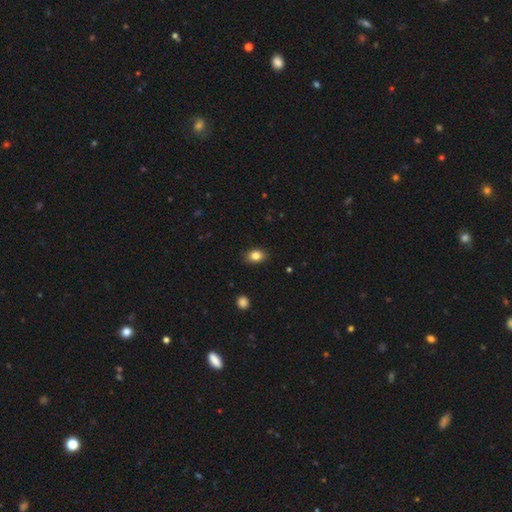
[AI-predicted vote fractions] smooth-or-featured: smooth: 84% | star or artifact: 9% | featured or disk: 7%
  how-rounded: in between: 75% | round: 24% | cigar-shaped: 1%
  merging: none: 87% | minor disturbance: 10% | major disturbance: 2% | merger: 1%